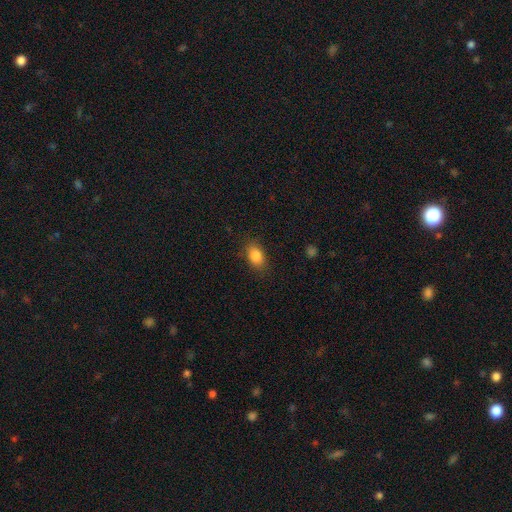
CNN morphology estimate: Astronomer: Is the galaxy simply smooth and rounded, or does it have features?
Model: smooth — 86%.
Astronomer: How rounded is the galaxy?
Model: in between — 85%.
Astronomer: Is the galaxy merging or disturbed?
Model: none — 84%.